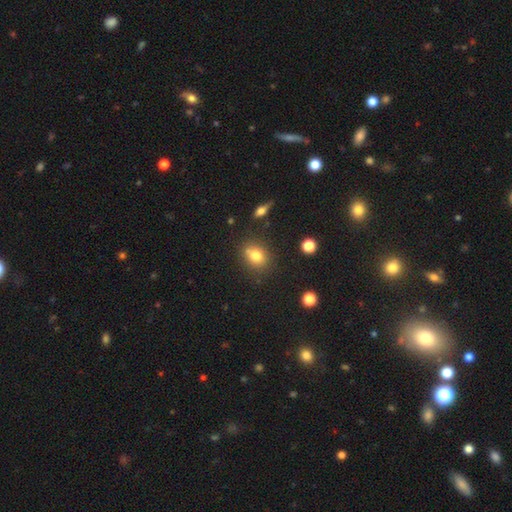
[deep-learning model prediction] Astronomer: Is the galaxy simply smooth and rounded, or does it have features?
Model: smooth — 77%.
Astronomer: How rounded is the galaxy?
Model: round — 52% (runner-up: in between, 46%).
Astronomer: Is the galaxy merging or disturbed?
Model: none — 71%.